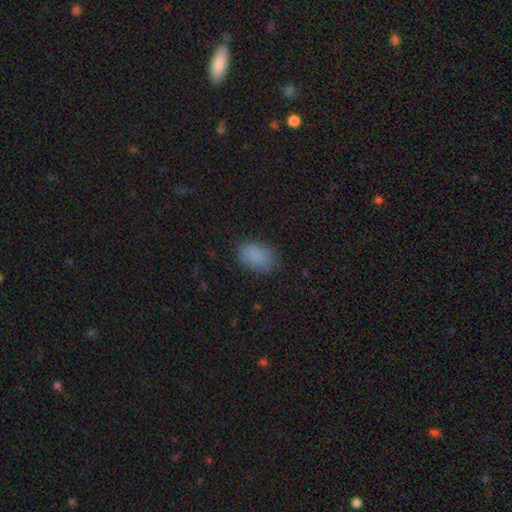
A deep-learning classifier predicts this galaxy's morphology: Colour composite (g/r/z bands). It shows a smooth galaxy with no disk features (87%) that is in between round and cigar-shaped (85%). Merging: none (82%).